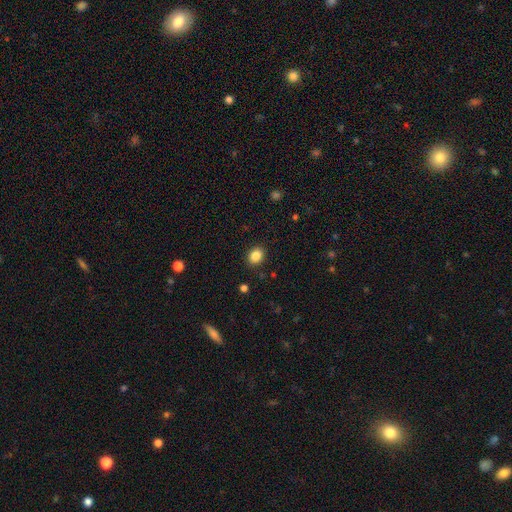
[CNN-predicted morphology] Q: Smooth or featured?
A: smooth (86%); runner-up: star or artifact (10%)
Q: How rounded?
A: in between (52%); runner-up: round (47%)
Q: Merging?
A: none (89%); runner-up: minor disturbance (8%)